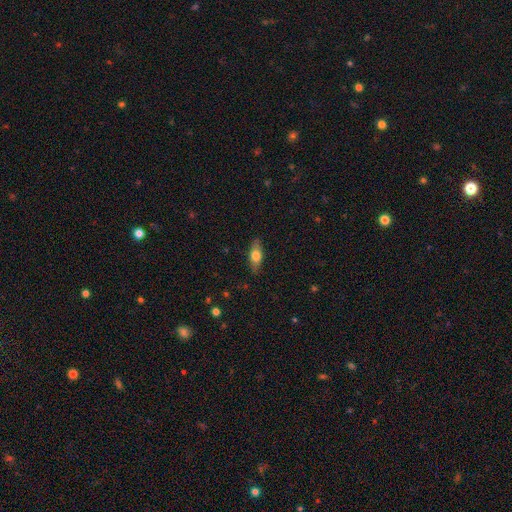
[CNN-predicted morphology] type=smooth (61%); roundness=in between (67%); merging=none (85%).